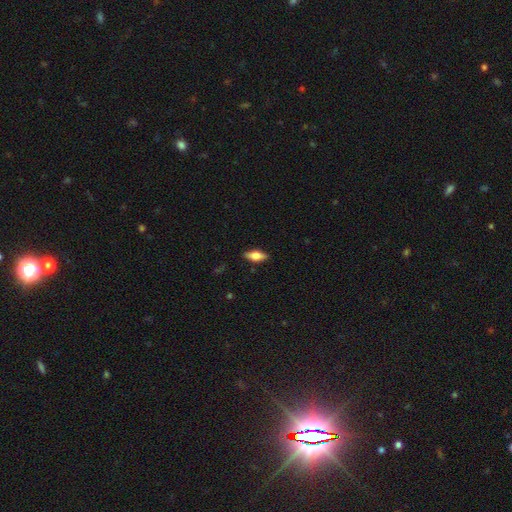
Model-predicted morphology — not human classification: A smooth galaxy with no disk features (63%) that is in between round and cigar-shaped (77%). Merging: none (86%).